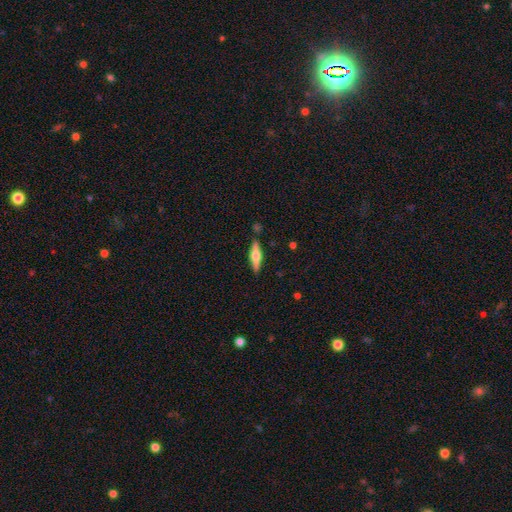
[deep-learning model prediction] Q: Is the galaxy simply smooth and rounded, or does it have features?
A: featured or disk — 56%.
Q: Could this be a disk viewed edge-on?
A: yes — 96%.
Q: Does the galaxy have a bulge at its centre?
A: rounded — 90%.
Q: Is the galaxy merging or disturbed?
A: none — 87%.